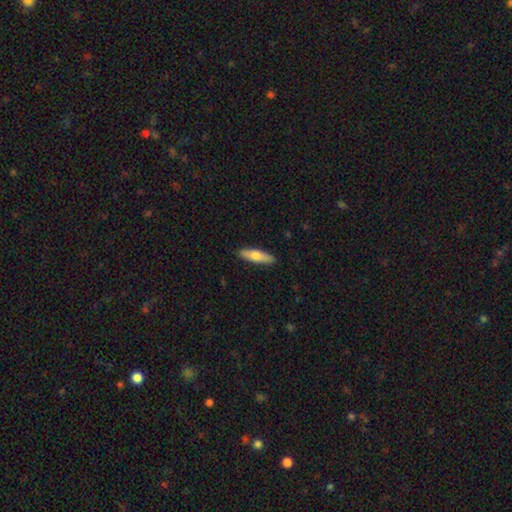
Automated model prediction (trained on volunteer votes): Morphology: type=smooth (68%); roundness=cigar-shaped (62%); merging=none (90%).